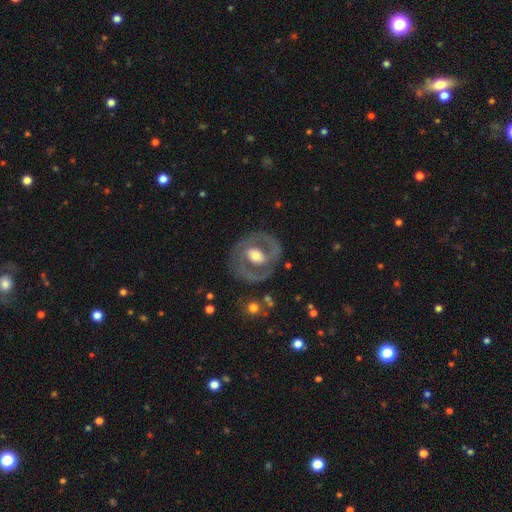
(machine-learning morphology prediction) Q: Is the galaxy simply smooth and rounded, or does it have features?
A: featured or disk — 68%.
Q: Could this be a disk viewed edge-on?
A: no — 96%.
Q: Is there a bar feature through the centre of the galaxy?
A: no — 51%.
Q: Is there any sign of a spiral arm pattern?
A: no — 60%.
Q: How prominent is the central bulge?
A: moderate — 61%.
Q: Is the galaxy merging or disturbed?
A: none — 76%.